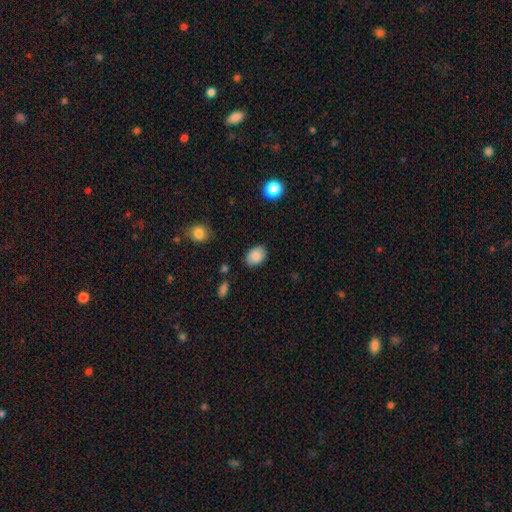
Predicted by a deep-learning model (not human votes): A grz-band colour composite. It shows a smooth galaxy with no disk features (87%) that is in between round and cigar-shaped (77%). Merging: none (82%).